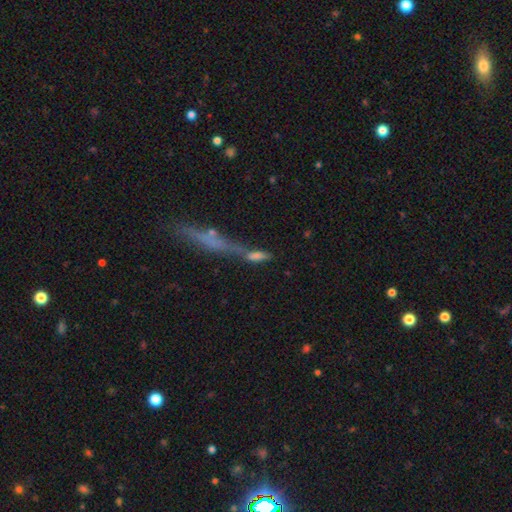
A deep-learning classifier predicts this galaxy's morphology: The model was most divided on "merging": merger: 39%, none: 37%, minor disturbance: 14%, major disturbance: 10%. More confident: how rounded — cigar-shaped (57%); smooth or featured — smooth (57%).